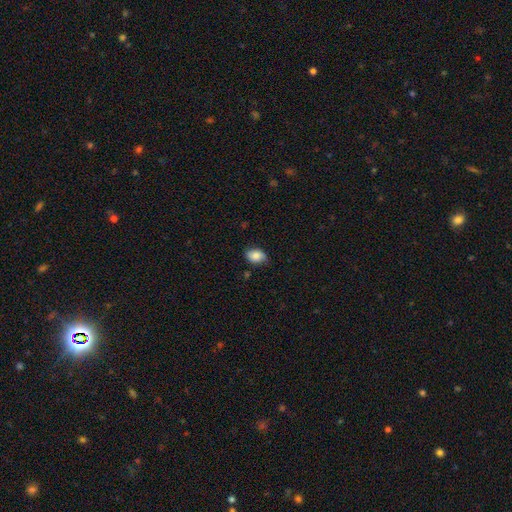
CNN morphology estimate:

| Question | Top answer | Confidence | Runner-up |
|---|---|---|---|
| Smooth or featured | smooth | 80% | featured or disk (12%) |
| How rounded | in between | 77% | round (22%) |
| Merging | none | 74% | minor disturbance (21%) |